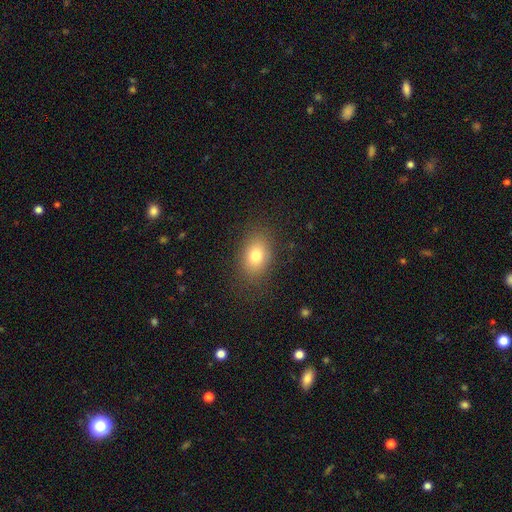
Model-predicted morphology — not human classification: This appears to be a smooth galaxy with no disk features (79%) that is in between round and cigar-shaped (79%). Merging: none (84%).